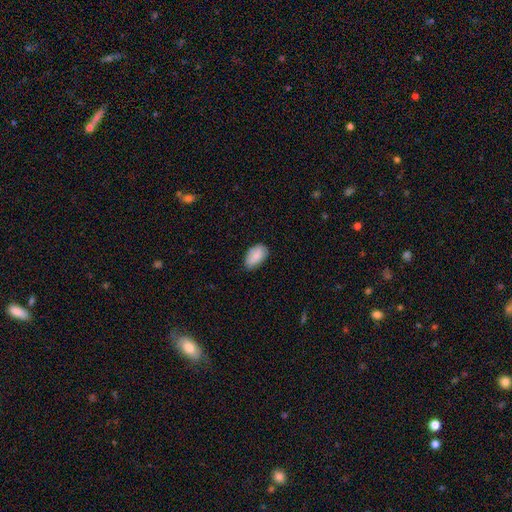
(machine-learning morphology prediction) smooth_or_featured: smooth (p=0.86) [alt: featured or disk p=0.08]
how_rounded: in between (p=0.94) [alt: round p=0.04]
merging: none (p=0.75) [alt: minor disturbance p=0.21]